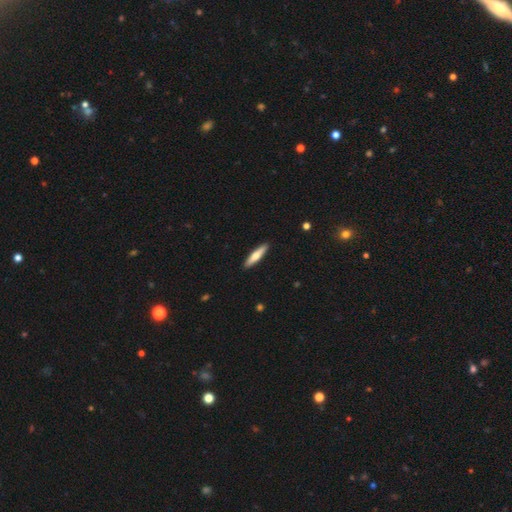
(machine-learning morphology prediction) smooth 59%, featured or disk 36%, star or artifact 5%. Down the decision tree: how rounded — cigar-shaped (83%); merging — none (92%).